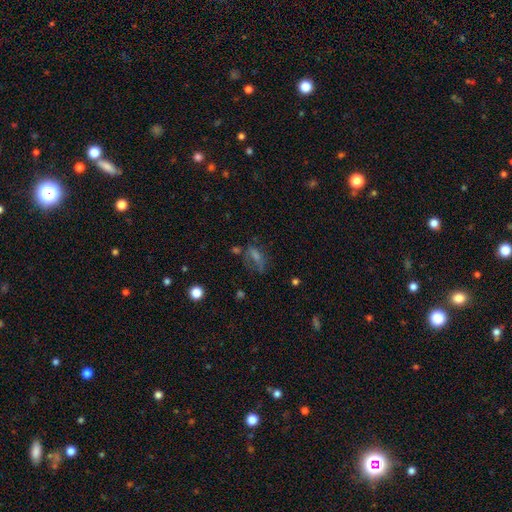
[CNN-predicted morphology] Q: Smooth or featured?
A: smooth (40%); runner-up: featured or disk (31%)
Q: Merging?
A: none (55%); runner-up: minor disturbance (21%)